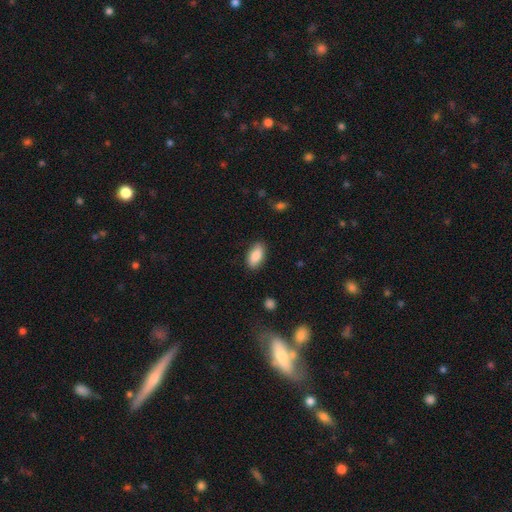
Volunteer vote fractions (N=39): smooth 85%, featured or disk 10%, star or artifact 5%. Down the decision tree: how rounded — in between (88%); merging — none (81%).